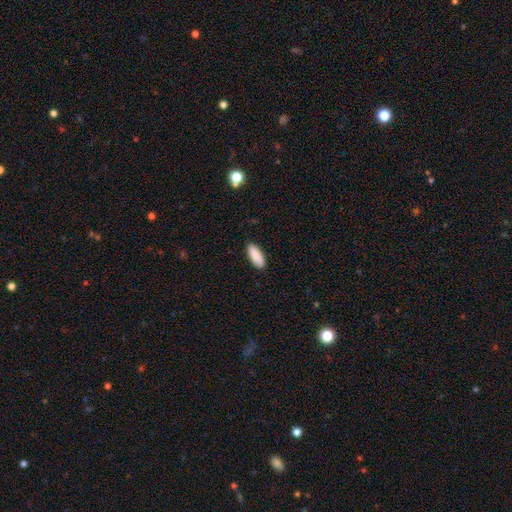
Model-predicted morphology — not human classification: type=smooth (89%); roundness=in between (73%); merging=none (90%).